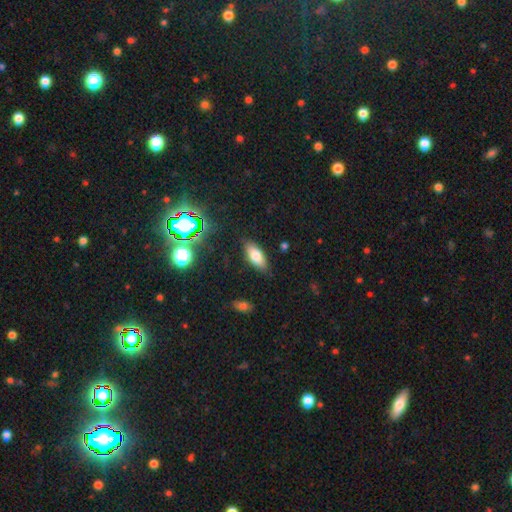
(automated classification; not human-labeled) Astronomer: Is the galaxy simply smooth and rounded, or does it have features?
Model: smooth — 75%.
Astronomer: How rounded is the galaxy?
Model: in between — 84%.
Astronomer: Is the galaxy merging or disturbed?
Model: none — 84%.